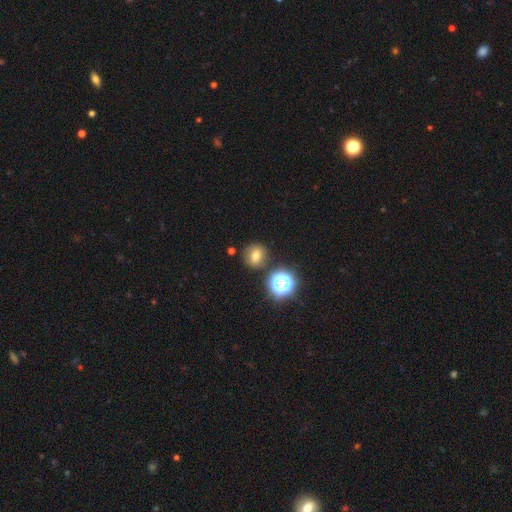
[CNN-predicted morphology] Smooth or featured? smooth (71%)
How rounded? round (83%)
Merging? none (81%)